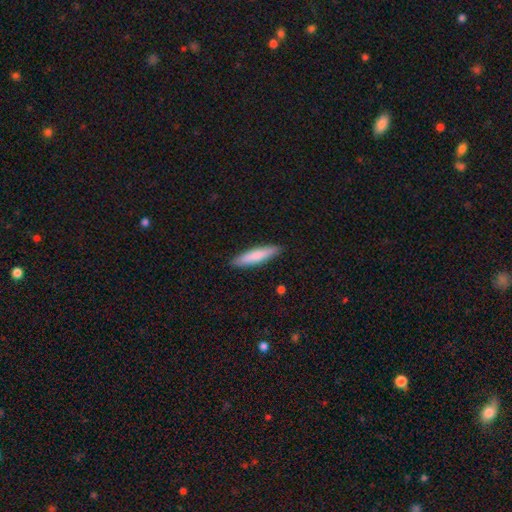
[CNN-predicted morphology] A smooth galaxy with no disk features (80%) that is cigar-shaped (84%). Merging: none (90%).